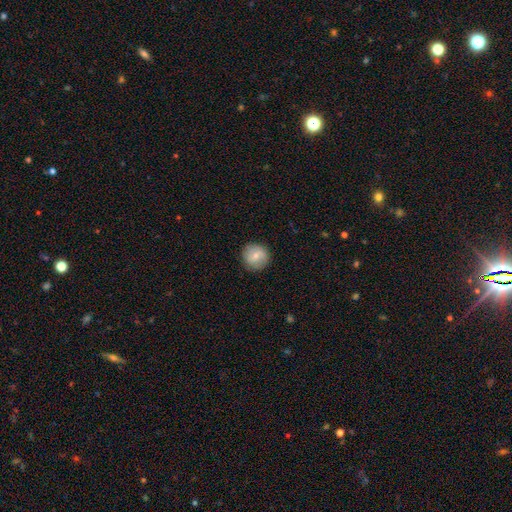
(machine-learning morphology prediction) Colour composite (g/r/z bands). It shows a smooth galaxy with no disk features (70%) that is round (94%). Merging: none (88%).